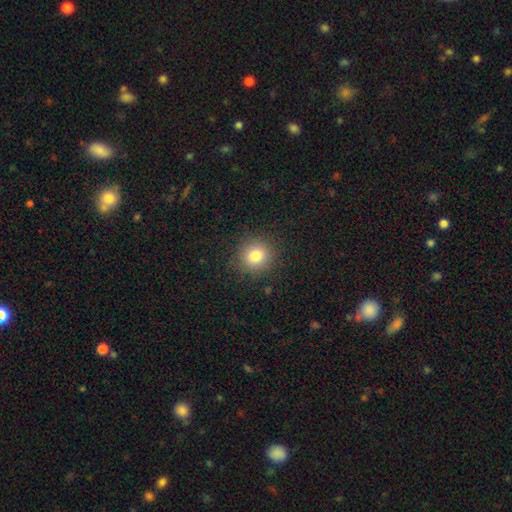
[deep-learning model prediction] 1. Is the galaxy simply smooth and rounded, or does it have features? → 80% smooth, 12% star or artifact, 8% featured or disk.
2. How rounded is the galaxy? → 90% round, 9% in between, 1% cigar-shaped.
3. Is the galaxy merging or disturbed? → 89% none, 8% minor disturbance, 3% major disturbance, 1% merger.